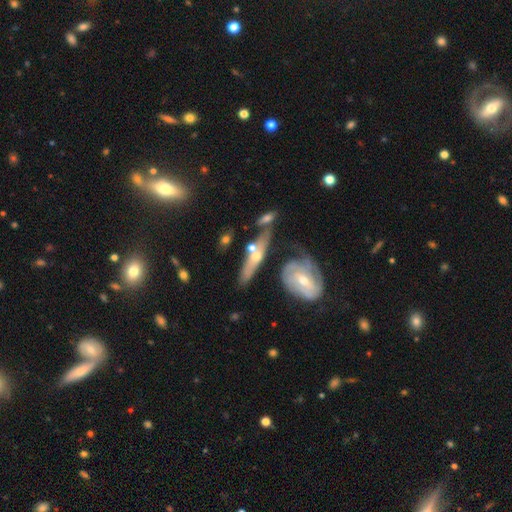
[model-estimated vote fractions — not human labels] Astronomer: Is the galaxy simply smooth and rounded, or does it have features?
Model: featured or disk — 55% (runner-up: smooth, 38%).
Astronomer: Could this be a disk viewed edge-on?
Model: no — 50%, tied with yes at 50%.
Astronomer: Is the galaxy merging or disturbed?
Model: none — 45% (runner-up: merger, 26%).